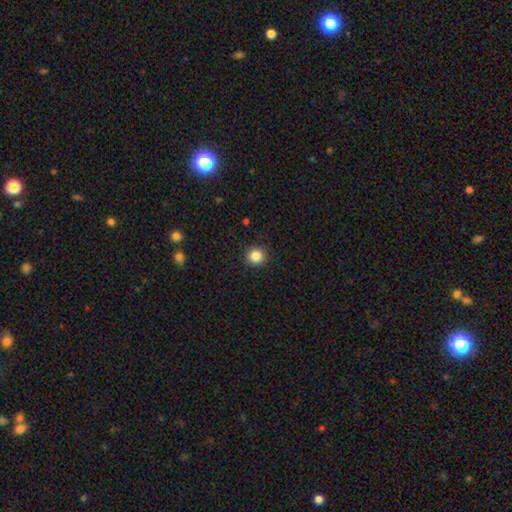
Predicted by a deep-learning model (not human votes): Smooth or featured? Predicted: smooth (p=0.85). How rounded? Predicted: round (p=0.92). Merging? Predicted: none (p=0.92).